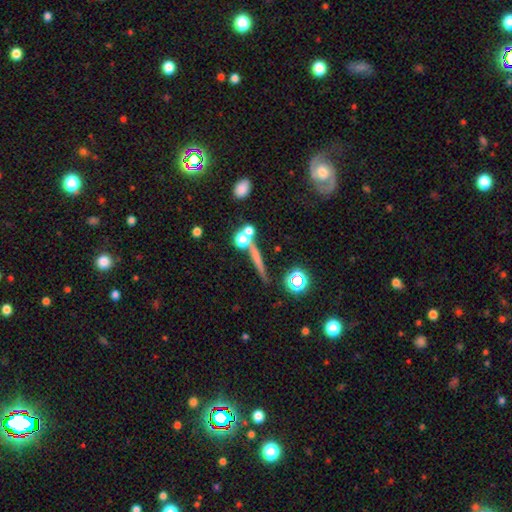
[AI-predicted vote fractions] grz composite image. It shows a smooth galaxy with no disk features (46%). Merging: none (69%).